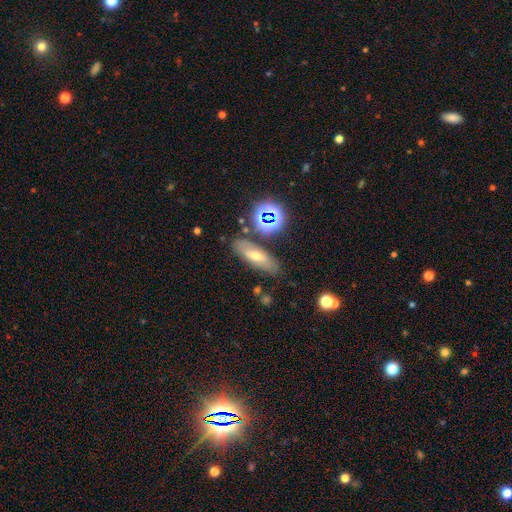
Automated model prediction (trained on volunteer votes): The model was most divided on "smooth or featured": smooth: 43%, featured or disk: 39%, star or artifact: 18%. More confident: merging — none (79%).